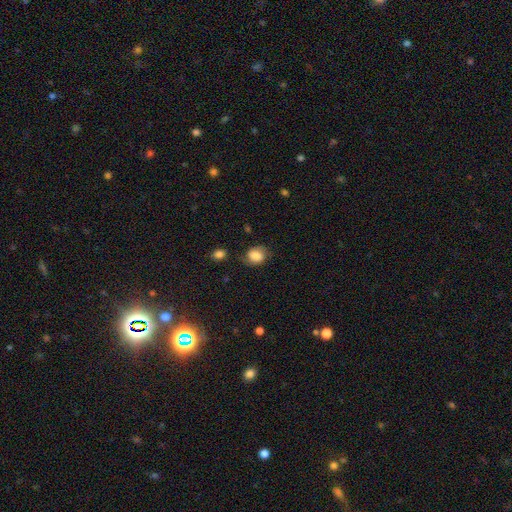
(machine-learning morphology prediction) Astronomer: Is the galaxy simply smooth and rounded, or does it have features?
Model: smooth — 71%.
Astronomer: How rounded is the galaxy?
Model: in between — 53% (runner-up: round, 46%).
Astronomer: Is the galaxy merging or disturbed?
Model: none — 60%.